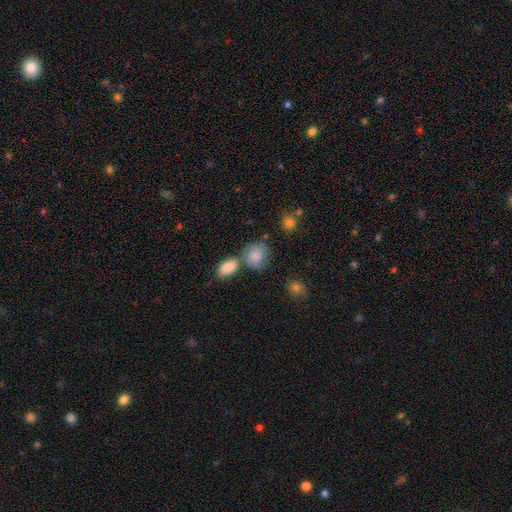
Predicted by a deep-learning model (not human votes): Q: Smooth or featured?
A: smooth (82%); runner-up: featured or disk (11%)
Q: How rounded?
A: round (59%); runner-up: in between (40%)
Q: Merging?
A: none (51%); runner-up: merger (24%)